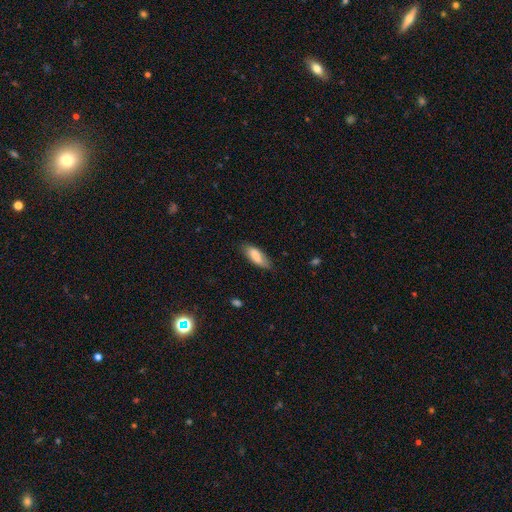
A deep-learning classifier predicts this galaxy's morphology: The model was most divided on "how rounded": in between: 67%, cigar-shaped: 31%, round: 2%. More confident: smooth or featured — smooth (83%); merging — none (76%).